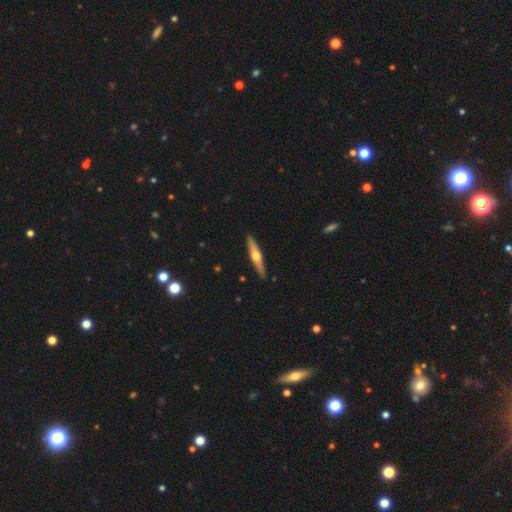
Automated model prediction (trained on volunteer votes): Smooth or featured?
  - featured or disk: 60% *
  - smooth: 35%
  - star or artifact: 5%
Edge-on disk?
  - yes: 96% *
  - no: 4%
Edge-on bulge?
  - rounded: 93% *
  - none: 4%
  - boxy: 2%
Merging?
  - none: 91% *
  - minor disturbance: 7%
  - major disturbance: 1%
  - merger: 1%